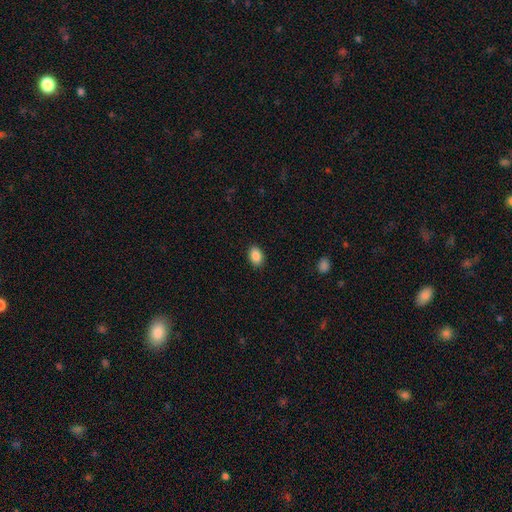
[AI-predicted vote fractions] This is clearly a smooth galaxy (89%). How rounded: clearly in between (83%). Merging: clearly none (89%).